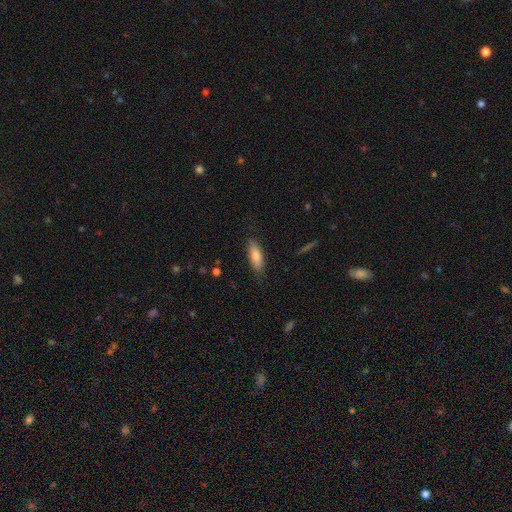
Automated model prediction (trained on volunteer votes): This appears to be a smooth galaxy with no disk features (79%) that is in between round and cigar-shaped (63%). Merging: none (81%).